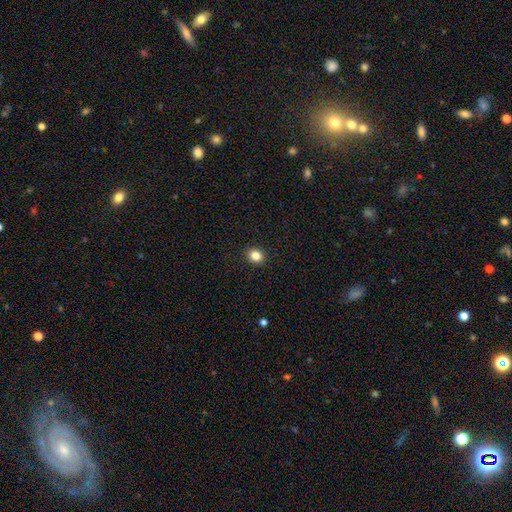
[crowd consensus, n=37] Smooth or featured?
  - smooth: 89% *
  - featured or disk: 5%
  - star or artifact: 5%
How rounded?
  - round: 67% *
  - in between: 30%
  - cigar-shaped: 3%
Merging?
  - none: 74% *
  - minor disturbance: 14%
  - major disturbance: 9%
  - merger: 3%